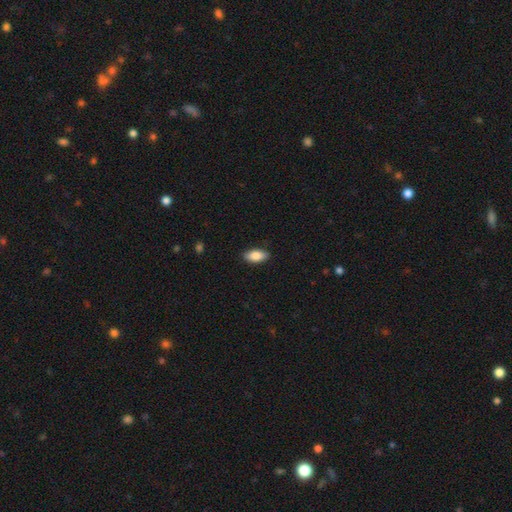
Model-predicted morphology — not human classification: smooth 84%, featured or disk 9%, star or artifact 6%. Down the decision tree: how rounded — in between (90%); merging — none (88%).